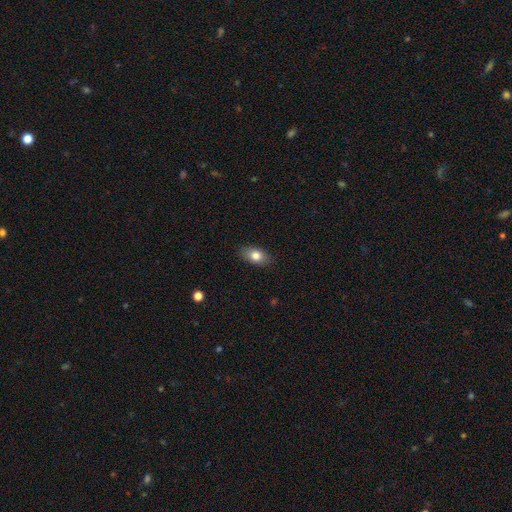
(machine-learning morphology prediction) Smooth or featured? smooth (80%)
How rounded? in between (87%)
Merging? none (87%)